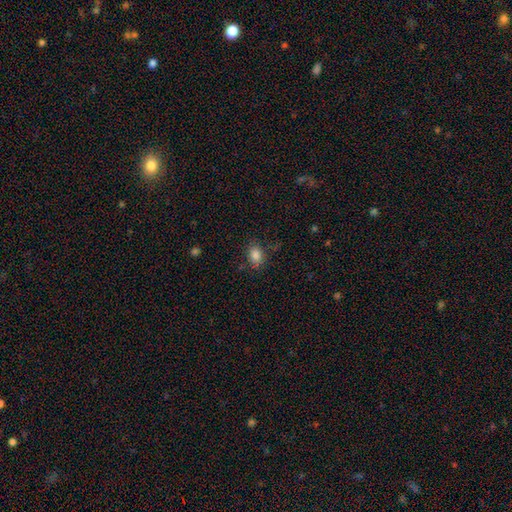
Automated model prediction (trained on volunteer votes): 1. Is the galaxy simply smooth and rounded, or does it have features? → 84% smooth, 11% star or artifact, 5% featured or disk.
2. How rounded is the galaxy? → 67% in between, 32% round, 1% cigar-shaped.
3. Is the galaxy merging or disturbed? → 78% none, 15% minor disturbance, 5% major disturbance, 2% merger.